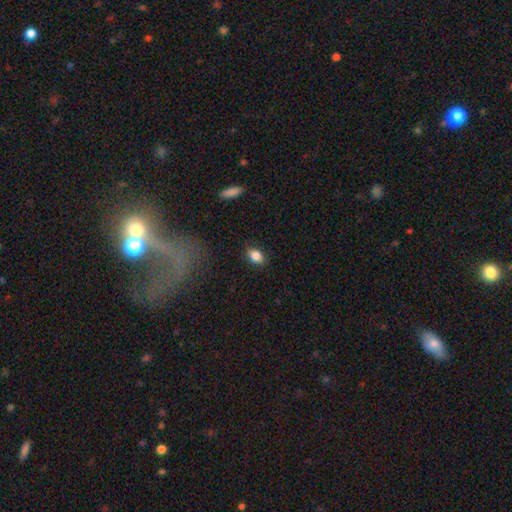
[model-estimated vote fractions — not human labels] A smooth galaxy with no disk features (84%) that is in between round and cigar-shaped (83%). Merging: none (86%).